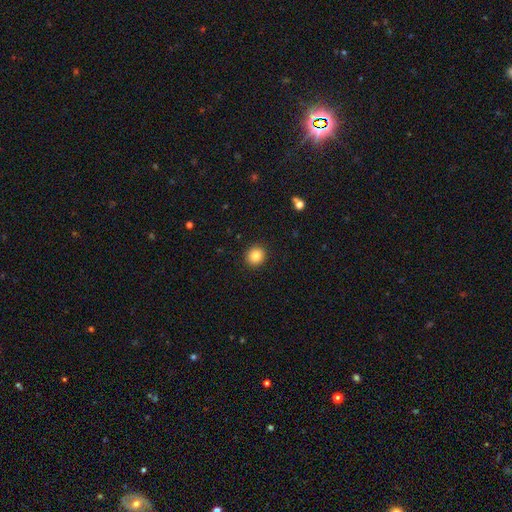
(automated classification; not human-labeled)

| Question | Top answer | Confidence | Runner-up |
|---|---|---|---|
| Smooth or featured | smooth | 85% | star or artifact (10%) |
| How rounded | round | 87% | in between (12%) |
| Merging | none | 92% | minor disturbance (5%) |